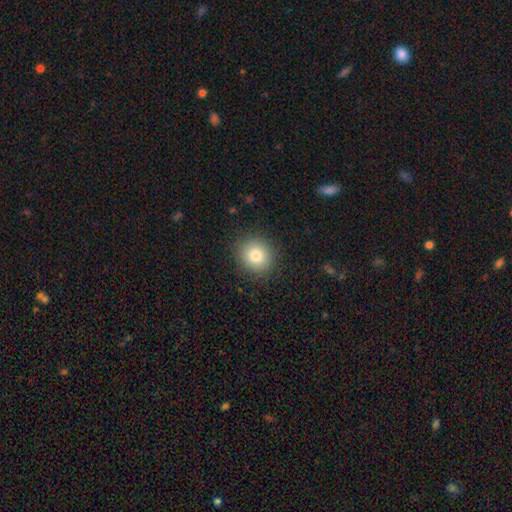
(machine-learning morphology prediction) Smooth or featured? smooth (81%)
How rounded? round (86%)
Merging? none (89%)